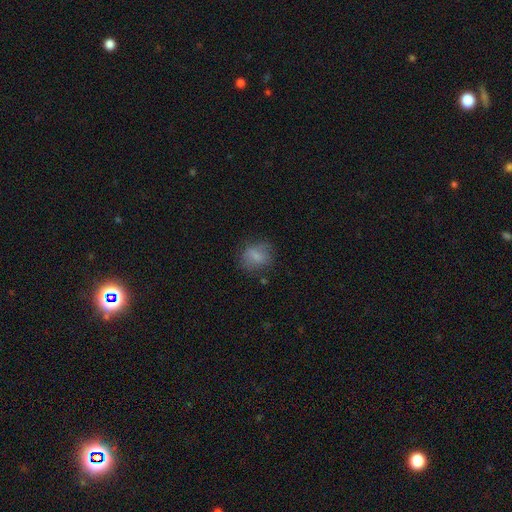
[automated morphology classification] smooth 74%, featured or disk 16%, star or artifact 10%. Down the decision tree: how rounded — round (56%); merging — none (65%).